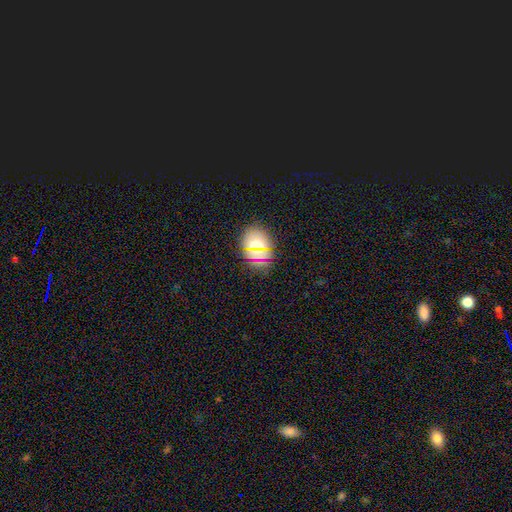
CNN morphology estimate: This appears to be a smooth galaxy with no disk features (63%) that is round (56%). Merging: none (82%).